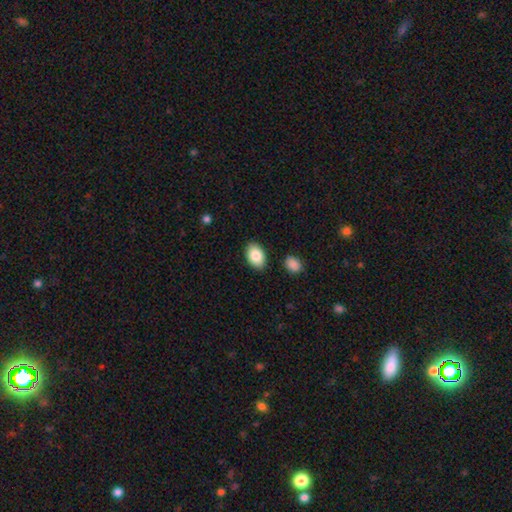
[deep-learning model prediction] Overall: smooth (86%). How rounded: in between (88%). Merging: none (86%).